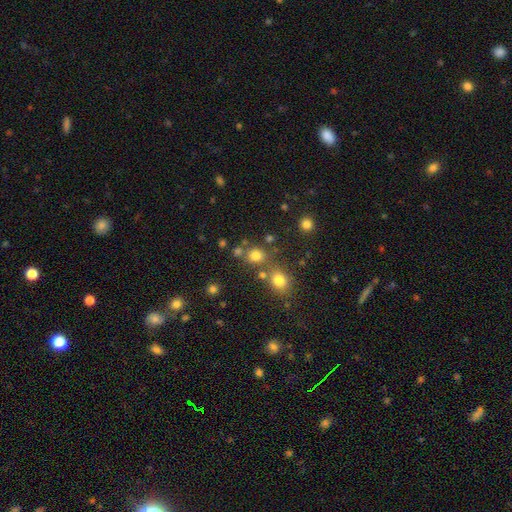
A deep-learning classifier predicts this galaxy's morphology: Overall: smooth (76%). How rounded: round (82%). Merging: none (67%).